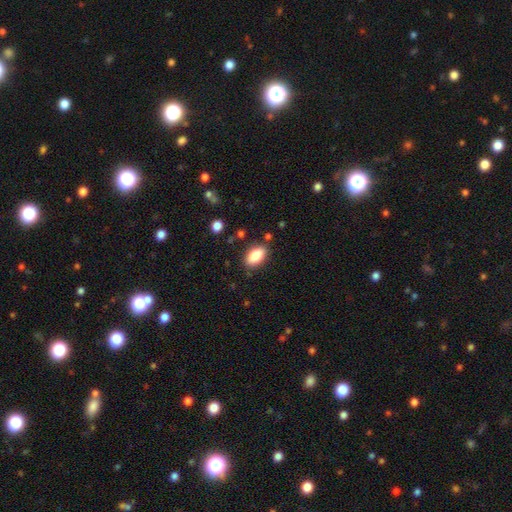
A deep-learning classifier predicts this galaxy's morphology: This is clearly a smooth galaxy (86%). How rounded: clearly in between (92%). Merging: clearly none (84%).